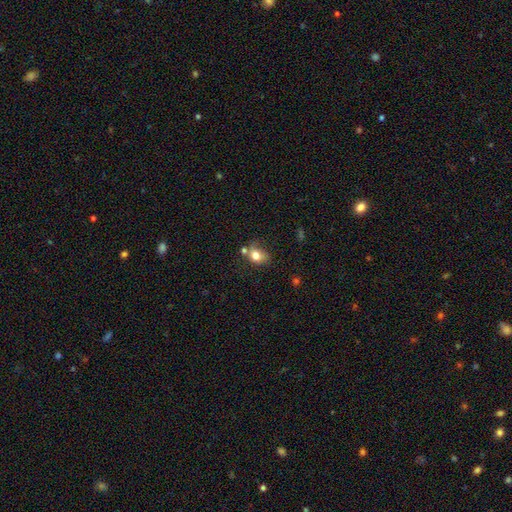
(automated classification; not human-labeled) A smooth galaxy with no disk features (76%) that is in between round and cigar-shaped (55%). Merging: none (45%).